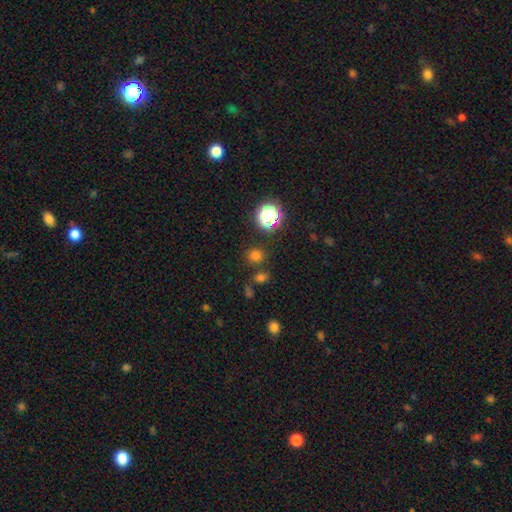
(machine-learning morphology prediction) Smooth or featured? smooth (71%)
How rounded? round (84%)
Merging? none (80%)